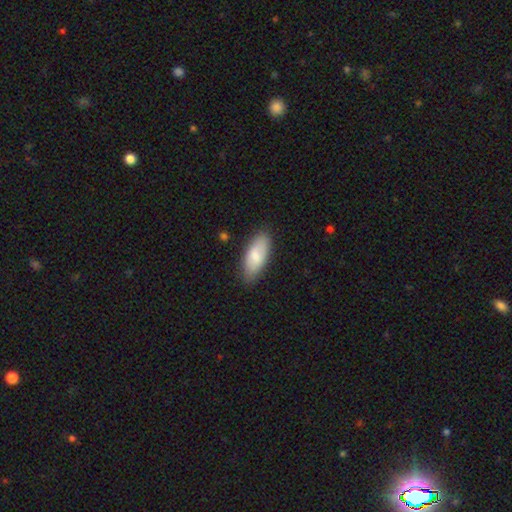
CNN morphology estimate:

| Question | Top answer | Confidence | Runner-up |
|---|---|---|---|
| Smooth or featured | smooth | 81% | featured or disk (13%) |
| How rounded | in between | 82% | cigar-shaped (16%) |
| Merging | none | 84% | minor disturbance (13%) |